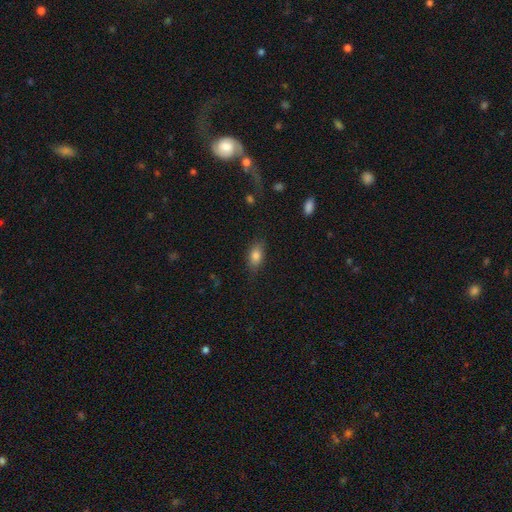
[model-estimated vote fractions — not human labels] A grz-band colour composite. It shows a smooth galaxy with no disk features (80%) that is in between round and cigar-shaped (85%). Merging: none (79%).